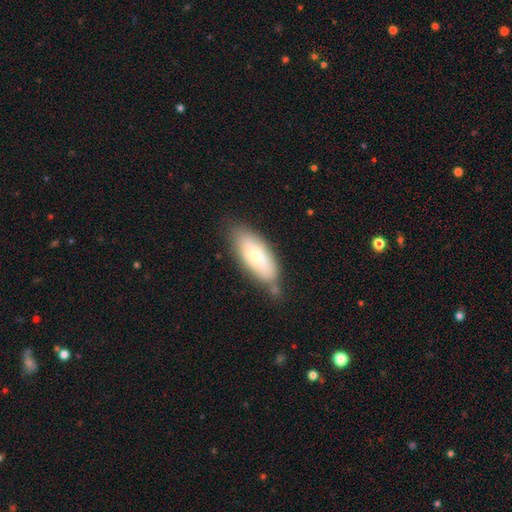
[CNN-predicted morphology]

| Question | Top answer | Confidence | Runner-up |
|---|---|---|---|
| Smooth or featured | smooth | 69% | featured or disk (24%) |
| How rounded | in between | 78% | cigar-shaped (20%) |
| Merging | none | 67% | minor disturbance (22%) |